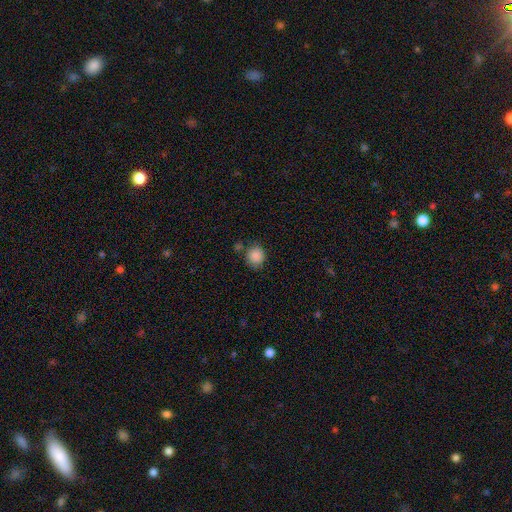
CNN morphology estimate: Smooth or featured? smooth (87%)
How rounded? round (79%)
Merging? none (74%)